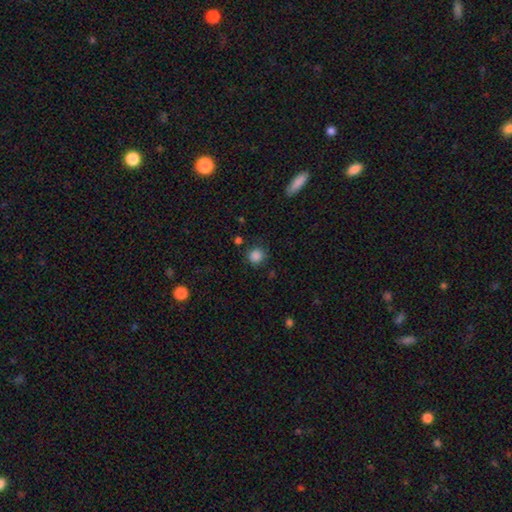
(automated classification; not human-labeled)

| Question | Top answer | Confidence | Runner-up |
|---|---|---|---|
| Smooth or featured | smooth | 85% | star or artifact (12%) |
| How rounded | round | 91% | in between (8%) |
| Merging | none | 84% | minor disturbance (10%) |